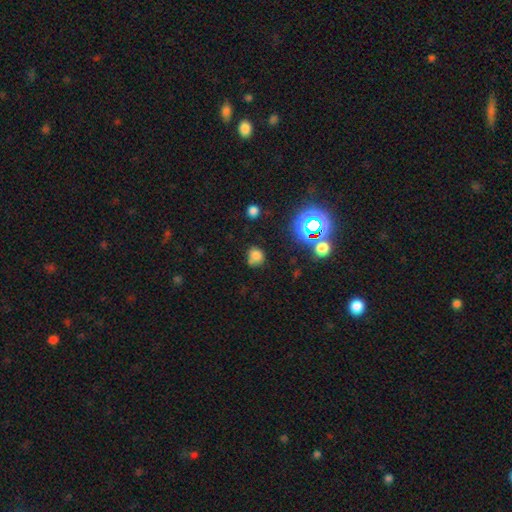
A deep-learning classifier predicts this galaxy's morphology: This appears to be a smooth galaxy with no disk features (72%) that is round (75%). Merging: none (61%).